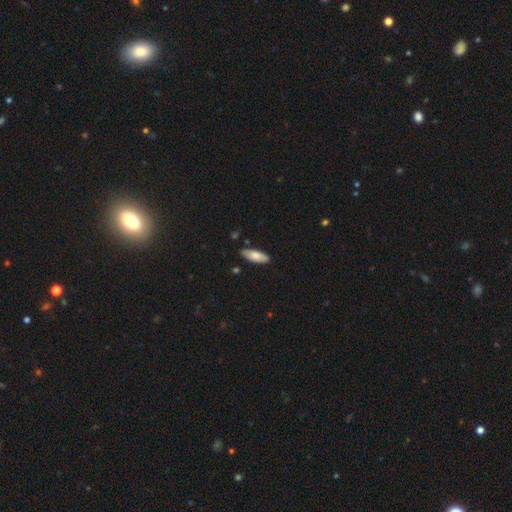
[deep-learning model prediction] A smooth galaxy with no disk features (78%) that is in between round and cigar-shaped (71%). Merging: none (83%).